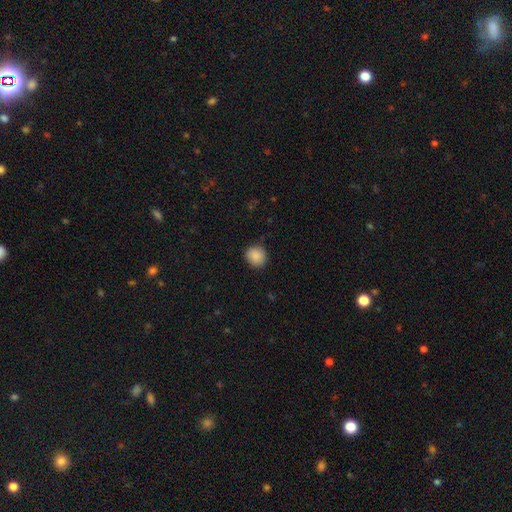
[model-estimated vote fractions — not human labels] Smooth or featured? smooth (88%)
How rounded? round (85%)
Merging? none (86%)